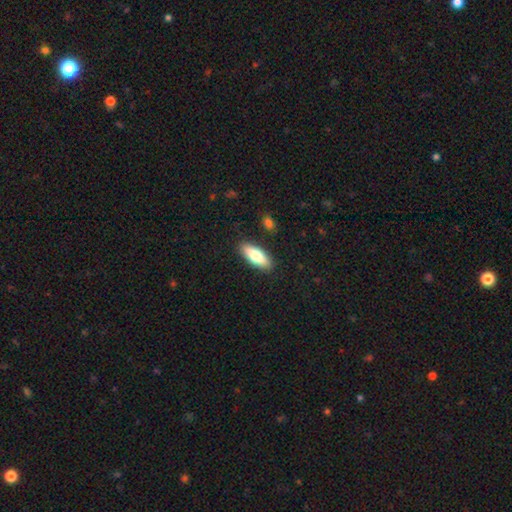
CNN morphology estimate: This is likely a smooth galaxy (74%). How rounded: likely in between (67%). Merging: clearly none (88%).